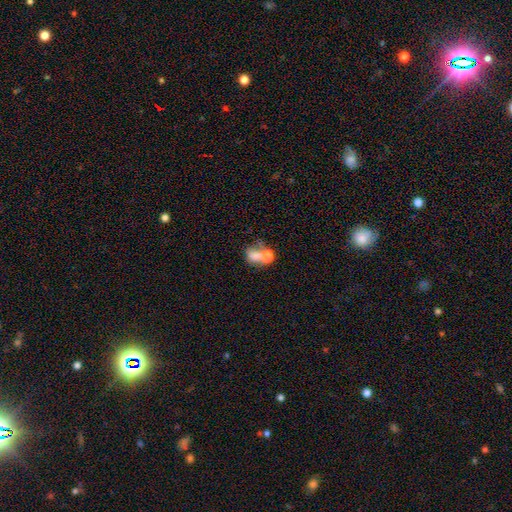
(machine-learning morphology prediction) A smooth galaxy with no disk features (66%) that is in between round and cigar-shaped (52%).

Vote fractions:
- Smooth or featured? smooth: 66% / featured or disk: 22% / star or artifact: 12%
- How rounded? in between: 52% / round: 46% / cigar-shaped: 1%
- Merging? merger: 60% / none: 21% / major disturbance: 10% / minor disturbance: 9%